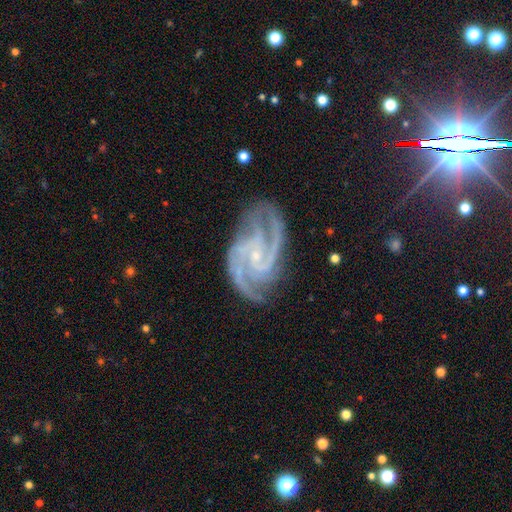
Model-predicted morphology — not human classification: Smooth or featured: featured or disk — 93% (star or artifact — 5%)
Edge-on disk: no — 98% (yes — 2%)
Bar: no — 52% (weak — 35%)
Spiral arms: yes — 99% (no — 1%)
Spiral winding: medium — 50% (tight — 43%)
Spiral arm count: 3 — 42% (2 — 29%)
Bulge size: small — 84% (moderate — 11%)
Merging: none — 74% (minor disturbance — 18%)